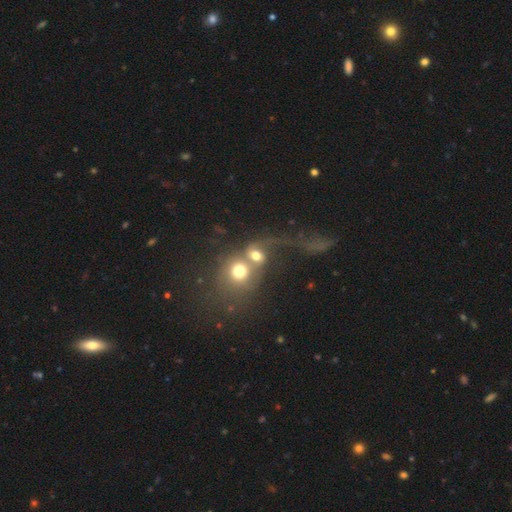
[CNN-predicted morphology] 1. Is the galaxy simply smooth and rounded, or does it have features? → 53% smooth, 34% featured or disk, 14% star or artifact.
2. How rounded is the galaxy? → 71% round, 27% in between, 2% cigar-shaped.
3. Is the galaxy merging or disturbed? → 75% merger, 12% major disturbance, 9% none, 4% minor disturbance.